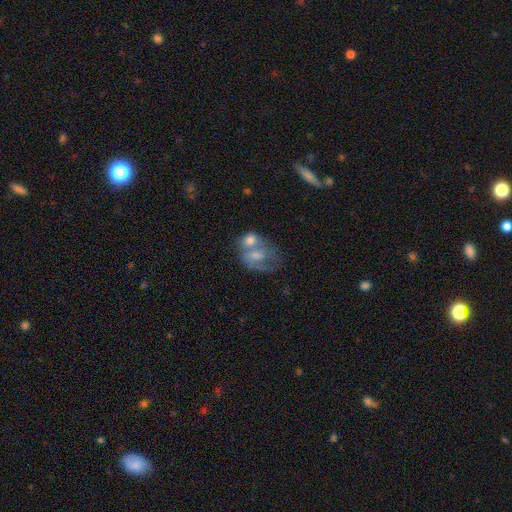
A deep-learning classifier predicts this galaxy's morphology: Overall: featured or disk (48%; smooth 42%). Merging: merger (55%; none 22%).